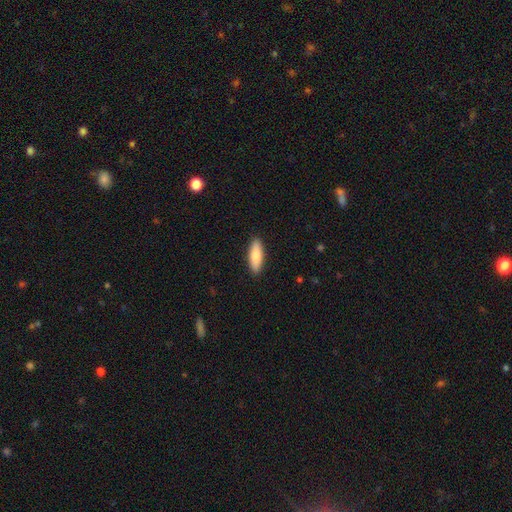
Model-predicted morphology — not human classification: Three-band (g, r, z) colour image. It shows a smooth galaxy with no disk features (81%) that is in between round and cigar-shaped (57%). Merging: none (90%).